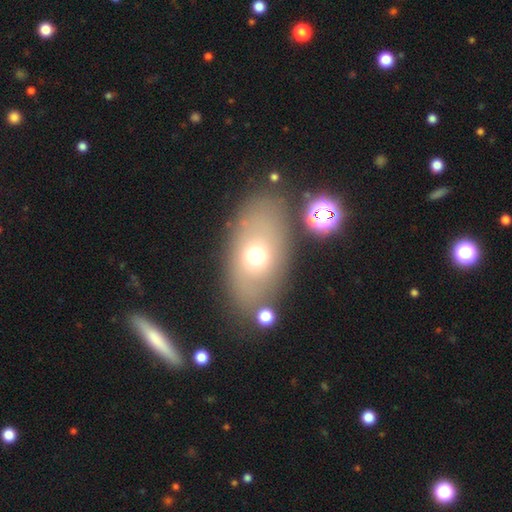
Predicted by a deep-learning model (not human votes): This appears to be a smooth galaxy with no disk features (62%) that is in between round and cigar-shaped (79%). Merging: none (72%).